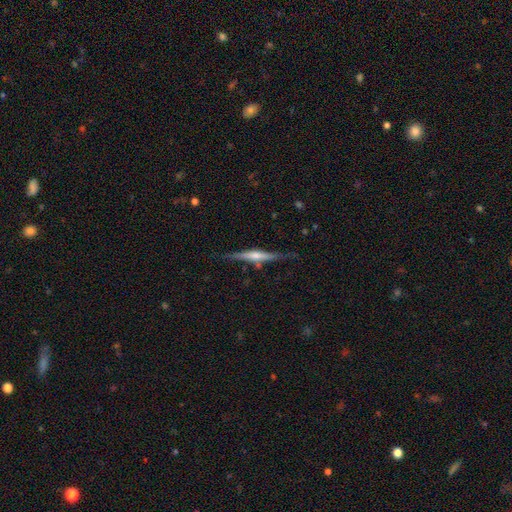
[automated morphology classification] Q: Smooth or featured?
A: featured or disk (69%); runner-up: smooth (25%)
Q: Edge-on disk?
A: yes (97%); runner-up: no (3%)
Q: Edge-on bulge?
A: rounded (70%); runner-up: boxy (16%)
Q: Merging?
A: none (80%); runner-up: minor disturbance (14%)